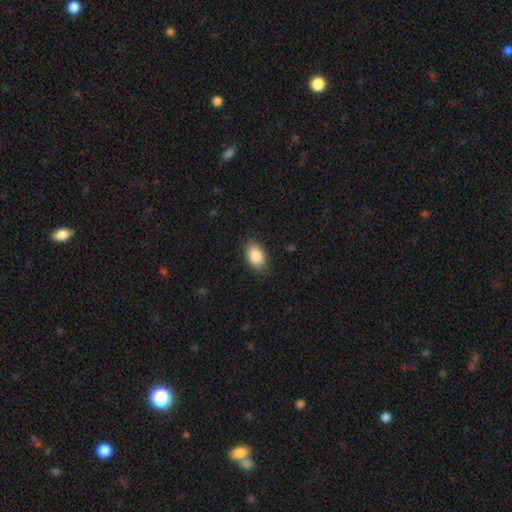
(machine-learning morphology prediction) A smooth galaxy with no disk features (88%) that is in between round and cigar-shaped (90%).

Vote fractions:
- Smooth or featured? smooth: 88% / star or artifact: 7% / featured or disk: 5%
- How rounded? in between: 90% / round: 9% / cigar-shaped: 1%
- Merging? none: 86% / minor disturbance: 11% / major disturbance: 2% / merger: 1%